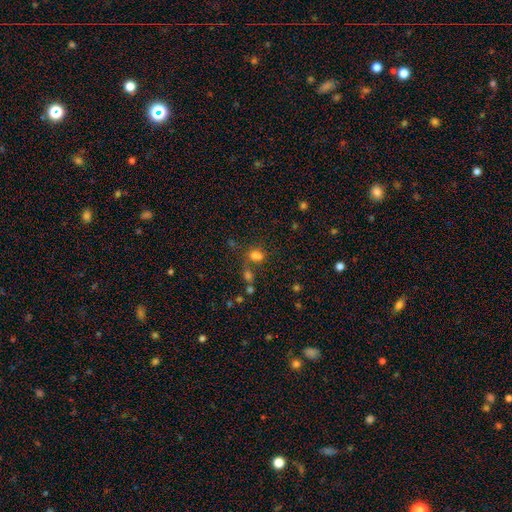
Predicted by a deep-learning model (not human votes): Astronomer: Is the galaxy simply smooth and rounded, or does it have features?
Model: smooth — 73%.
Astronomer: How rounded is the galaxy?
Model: in between — 70%.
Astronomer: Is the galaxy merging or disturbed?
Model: none — 50% (runner-up: merger, 28%).